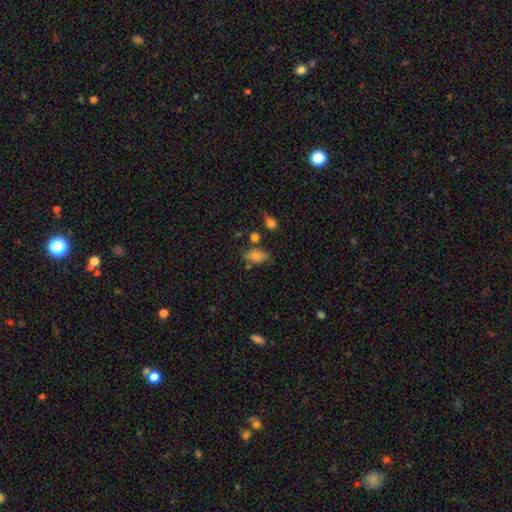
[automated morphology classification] type=smooth (74%); roundness=in between (85%); merging=none (59%).